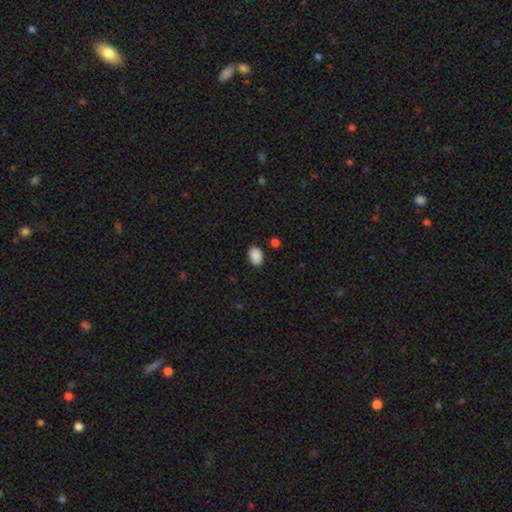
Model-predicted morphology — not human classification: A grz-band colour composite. It shows a smooth galaxy with no disk features (90%) that is in between round and cigar-shaped (86%). Merging: none (87%).